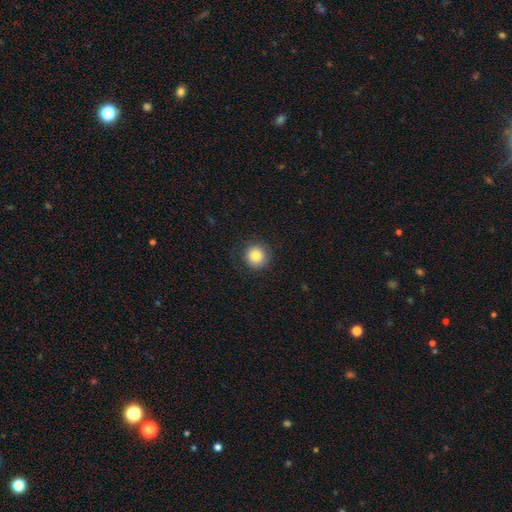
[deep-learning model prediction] A smooth galaxy with no disk features (81%) that is round (94%).

Vote fractions:
- Smooth or featured? smooth: 81% / star or artifact: 10% / featured or disk: 9%
- How rounded? round: 94% / in between: 5% / cigar-shaped: 1%
- Merging? none: 86% / minor disturbance: 10% / major disturbance: 4% / merger: 1%